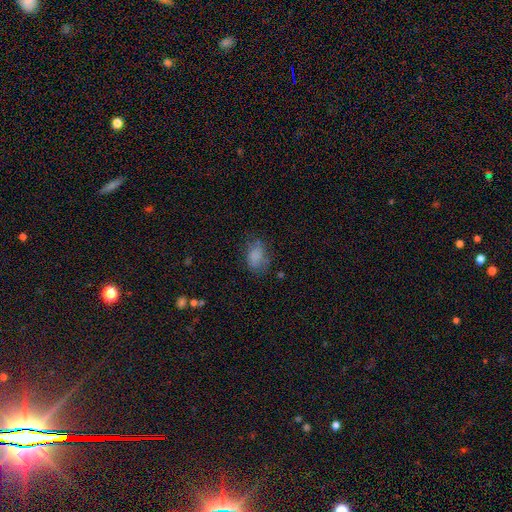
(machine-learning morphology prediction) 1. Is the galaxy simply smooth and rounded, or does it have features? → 75% smooth, 14% featured or disk, 11% star or artifact.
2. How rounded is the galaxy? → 79% in between, 20% round, 2% cigar-shaped.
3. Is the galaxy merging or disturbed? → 56% none, 27% minor disturbance, 15% major disturbance, 2% merger.